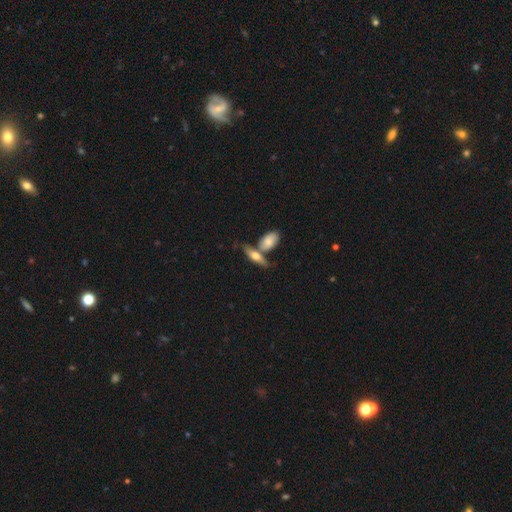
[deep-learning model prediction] smooth-or-featured: smooth: 48% | featured or disk: 45% | star or artifact: 7%
  merging: none: 56% | merger: 28% | minor disturbance: 12% | major disturbance: 4%